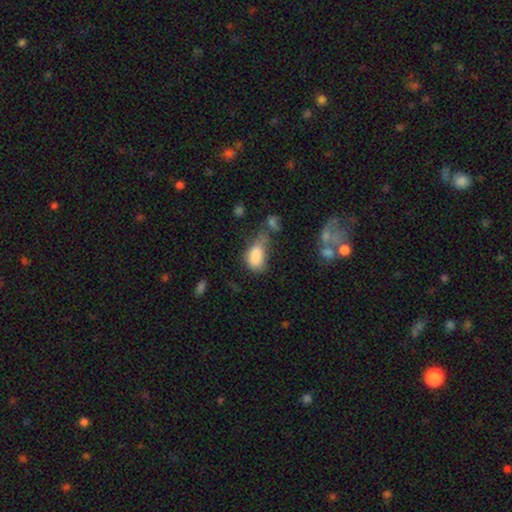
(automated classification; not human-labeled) A smooth galaxy with no disk features (81%) that is in between round and cigar-shaped (88%). Merging: major disturbance (30%).